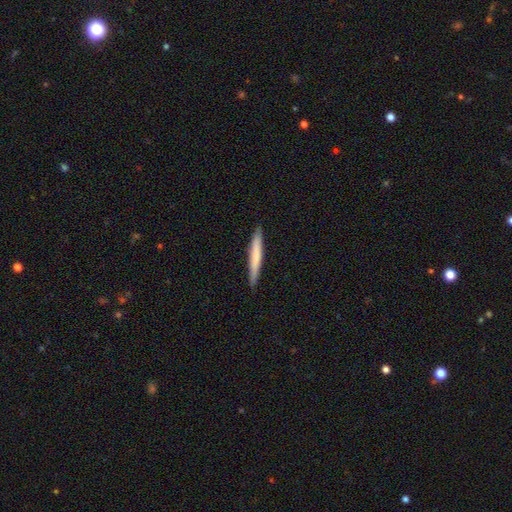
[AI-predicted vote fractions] smooth_or_featured: smooth (p=0.66) [alt: featured or disk p=0.29]
how_rounded: cigar-shaped (p=0.96) [alt: in between p=0.03]
merging: none (p=0.90) [alt: minor disturbance p=0.08]